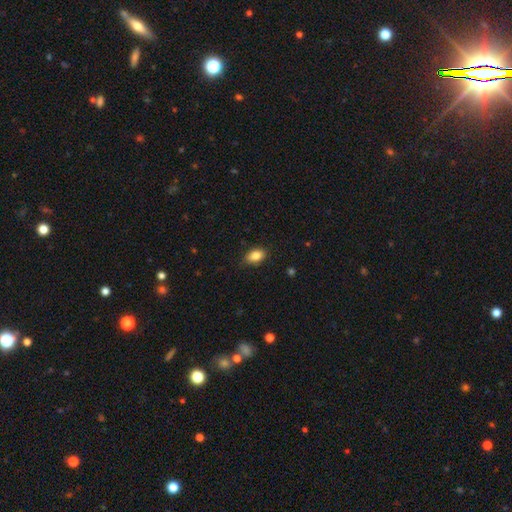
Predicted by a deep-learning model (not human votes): A smooth galaxy with no disk features (84%) that is in between round and cigar-shaped (85%). Merging: none (81%).